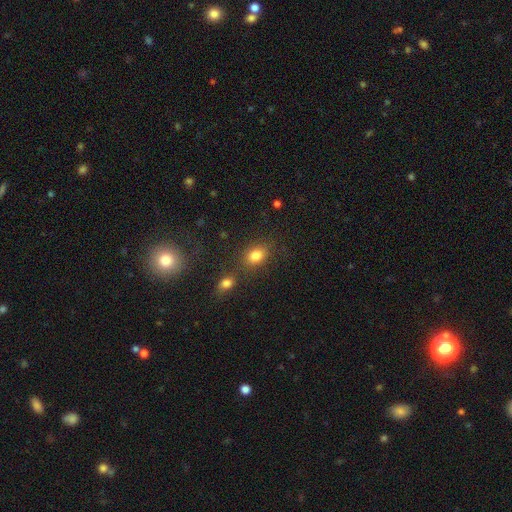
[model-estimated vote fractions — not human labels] Smooth or featured? smooth (82%)
How rounded? in between (65%)
Merging? none (71%)